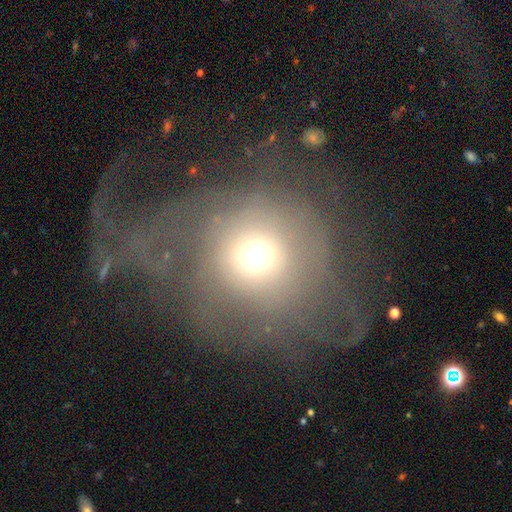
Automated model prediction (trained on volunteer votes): A smooth galaxy with no disk features (51%) that is round (90%).

Vote fractions:
- Smooth or featured? smooth: 51% / featured or disk: 34% / star or artifact: 15%
- How rounded? round: 90% / in between: 9% / cigar-shaped: 1%
- Merging? major disturbance: 51% / none: 31% / minor disturbance: 14% / merger: 4%